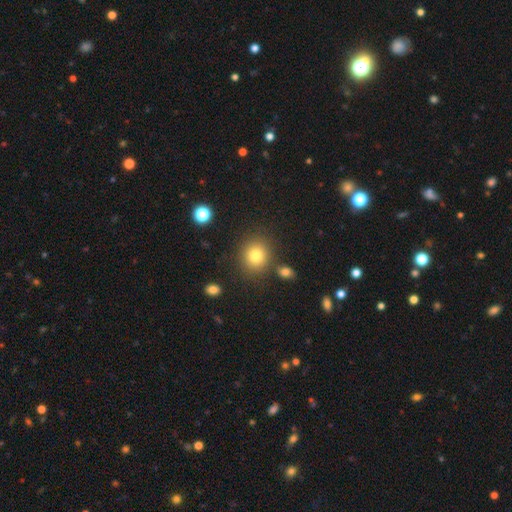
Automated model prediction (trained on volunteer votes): Q: Smooth or featured?
A: smooth (80%); runner-up: star or artifact (12%)
Q: How rounded?
A: round (80%); runner-up: in between (19%)
Q: Merging?
A: none (83%); runner-up: minor disturbance (9%)